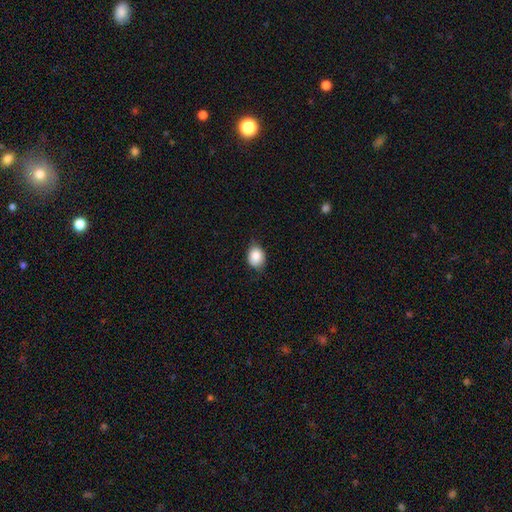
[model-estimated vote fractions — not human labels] Smooth or featured? smooth (83%)
How rounded? in between (57%)
Merging? none (72%)